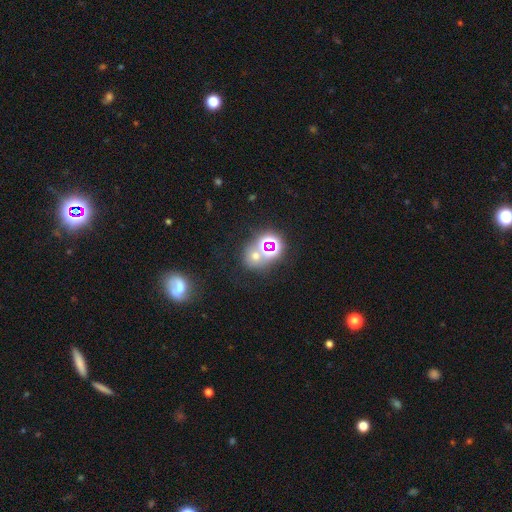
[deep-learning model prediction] A star or artifact, not a galaxy (46%).

Vote fractions:
- Smooth or featured? star or artifact: 46% / smooth: 44% / featured or disk: 10%